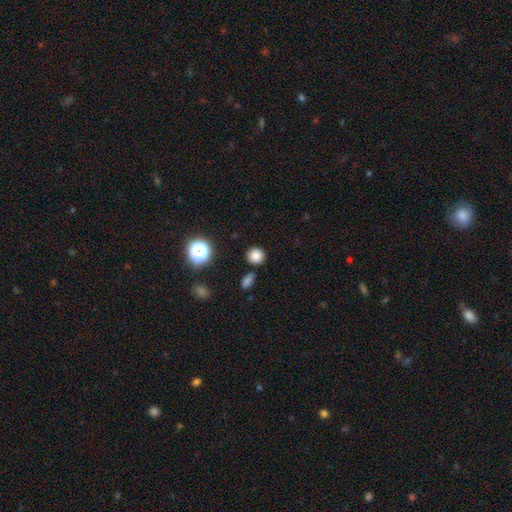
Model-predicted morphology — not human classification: This appears to be a smooth galaxy with no disk features (82%) that is round (90%). Merging: none (84%).